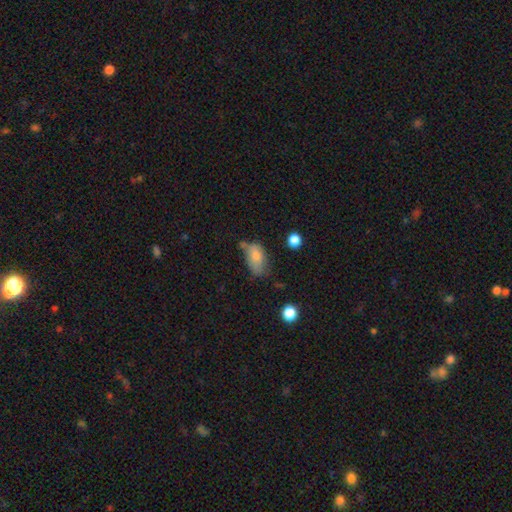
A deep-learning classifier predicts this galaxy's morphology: This is likely a smooth galaxy (74%). How rounded: clearly in between (89%). Merging: marginally none (43%).